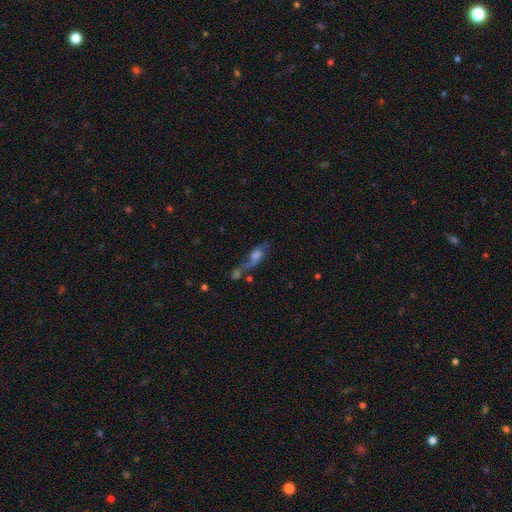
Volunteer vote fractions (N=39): Volunteers were most divided on "bar": no: 58%, weak: 38%, strong: 4%. More confident: spiral arm count — 2 (100%); spiral arms — yes (96%); spiral winding — loose (96%); edge-on disk — no (86%); smooth or featured — featured or disk (72%); merging — none (60%); bulge size — moderate (58%).